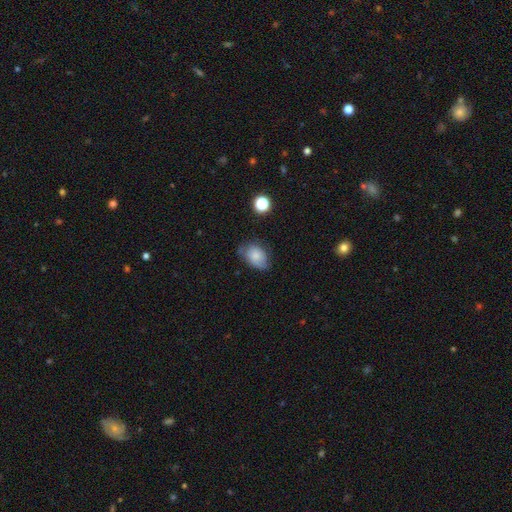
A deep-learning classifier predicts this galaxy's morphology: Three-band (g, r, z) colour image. It shows a smooth galaxy with no disk features (72%) that is in between round and cigar-shaped (80%). Merging: none (56%).